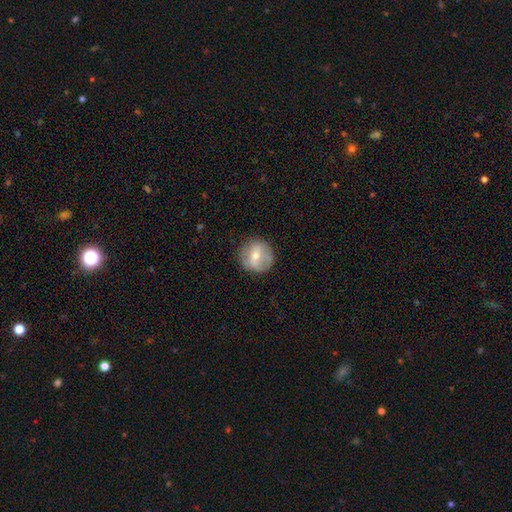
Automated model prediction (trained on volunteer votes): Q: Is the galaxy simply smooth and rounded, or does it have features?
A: featured or disk — 49%.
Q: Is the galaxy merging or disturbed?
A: none — 82%.